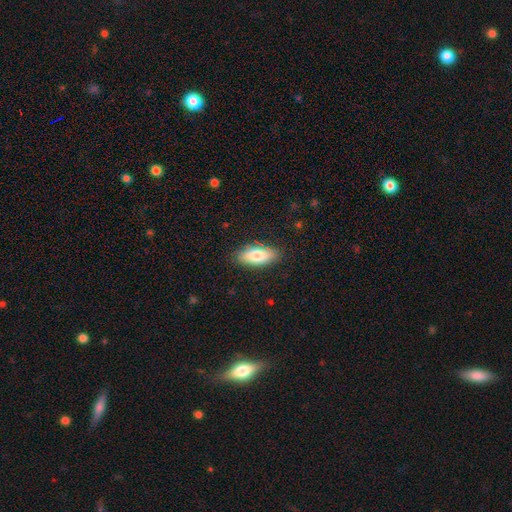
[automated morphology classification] A smooth galaxy with no disk features (80%) that is in between round and cigar-shaped (84%). Merging: none (85%).